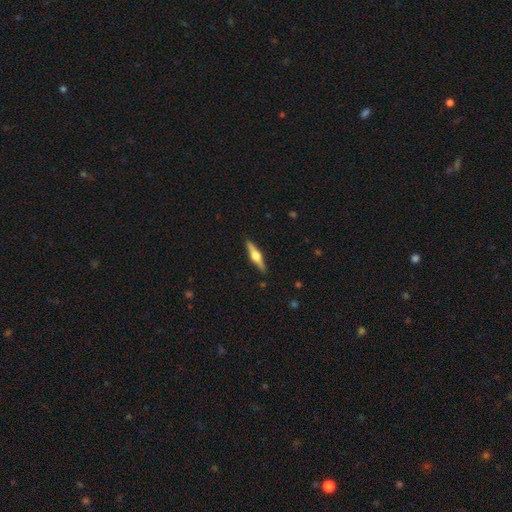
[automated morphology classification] smooth-or-featured: featured or disk: 71% | smooth: 24% | star or artifact: 5%
  disk-edge-on: yes: 98% | no: 2%
    edge-on-bulge: rounded: 95% | boxy: 4% | none: 2%
  merging: none: 90% | minor disturbance: 7% | major disturbance: 1% | merger: 1%